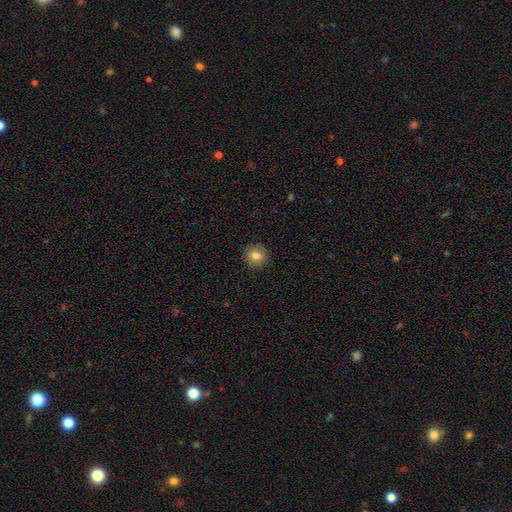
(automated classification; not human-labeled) Morphology: type=smooth (82%); roundness=round (94%); merging=none (92%).